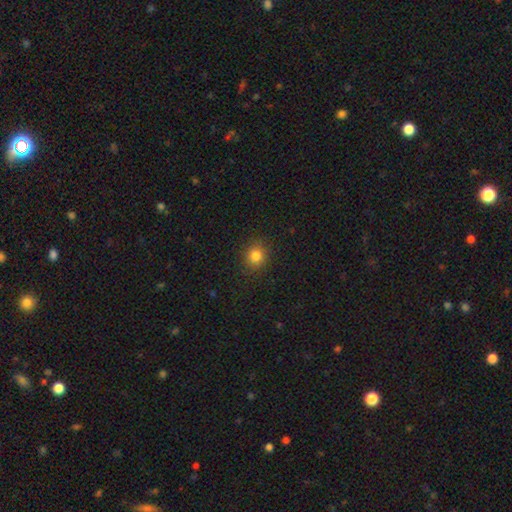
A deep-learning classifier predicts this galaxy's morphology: Smooth or featured?
  - smooth: 82% *
  - star or artifact: 13%
  - featured or disk: 5%
How rounded?
  - round: 82% *
  - in between: 18%
  - cigar-shaped: 1%
Merging?
  - none: 89% *
  - minor disturbance: 7%
  - major disturbance: 2%
  - merger: 1%